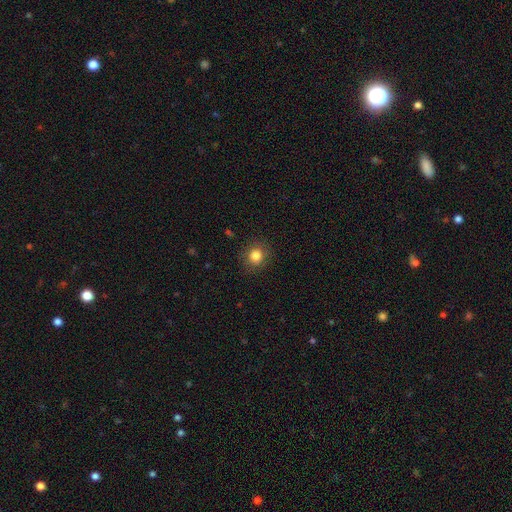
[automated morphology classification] The model was most divided on "smooth or featured": smooth: 83%, star or artifact: 11%, featured or disk: 6%. More confident: merging — none (88%); how rounded — round (86%).